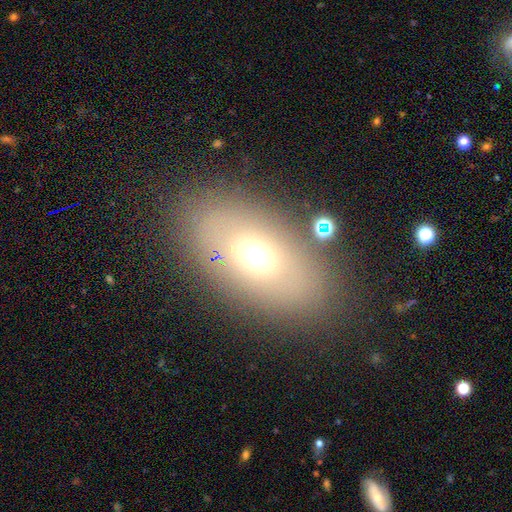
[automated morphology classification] type=smooth (62%); roundness=in between (87%); merging=none (81%).